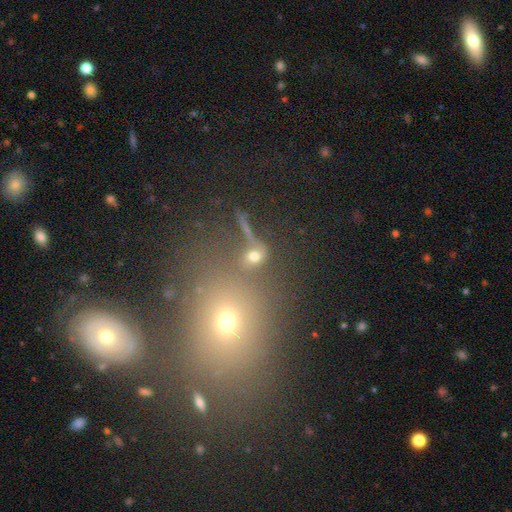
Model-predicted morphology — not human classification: Q: Smooth or featured?
A: smooth (45%); runner-up: star or artifact (33%)
Q: Merging?
A: none (62%); runner-up: merger (18%)